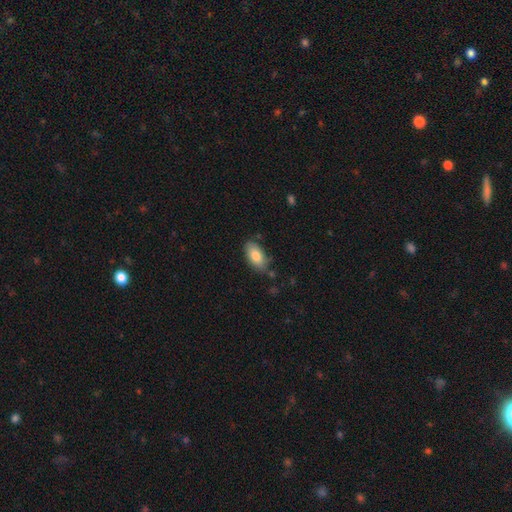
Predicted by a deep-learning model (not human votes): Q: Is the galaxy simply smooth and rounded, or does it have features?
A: smooth — 83%.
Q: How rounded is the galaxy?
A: in between — 92%.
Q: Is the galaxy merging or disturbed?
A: none — 73%.